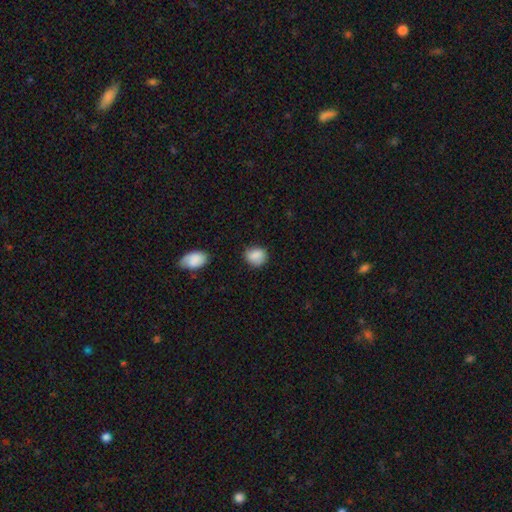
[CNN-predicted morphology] Smooth or featured?
  - smooth: 85% *
  - star or artifact: 8%
  - featured or disk: 6%
How rounded?
  - round: 65% *
  - in between: 33%
  - cigar-shaped: 1%
Merging?
  - none: 76% *
  - minor disturbance: 18%
  - major disturbance: 4%
  - merger: 2%